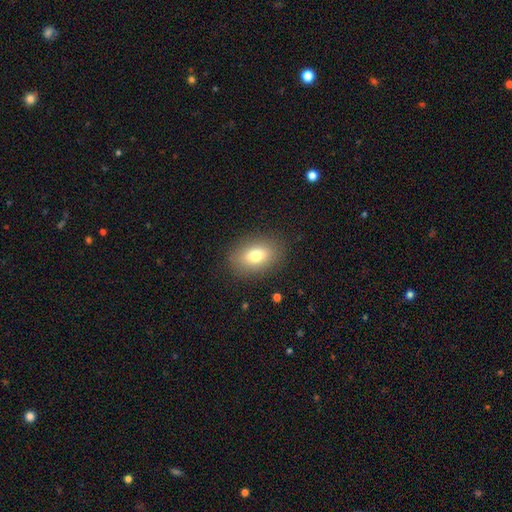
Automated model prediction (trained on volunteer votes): Smooth or featured? Predicted: smooth (p=0.76). How rounded? Predicted: in between (p=0.82). Merging? Predicted: none (p=0.86).